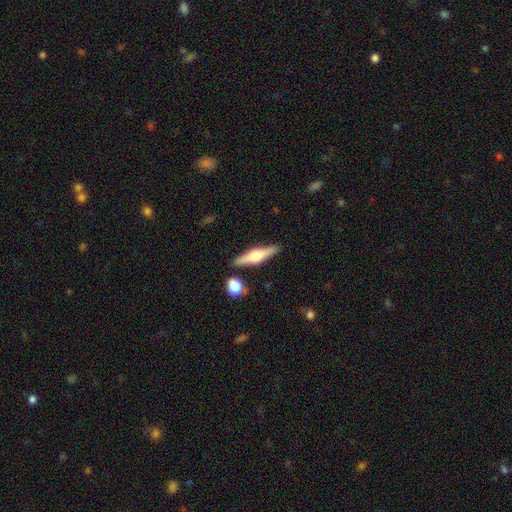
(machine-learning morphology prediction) Smooth or featured? Predicted: featured or disk (p=0.63). Edge-on disk? Predicted: yes (p=0.96). Edge-on bulge? Predicted: rounded (p=0.90). Merging? Predicted: none (p=0.84).